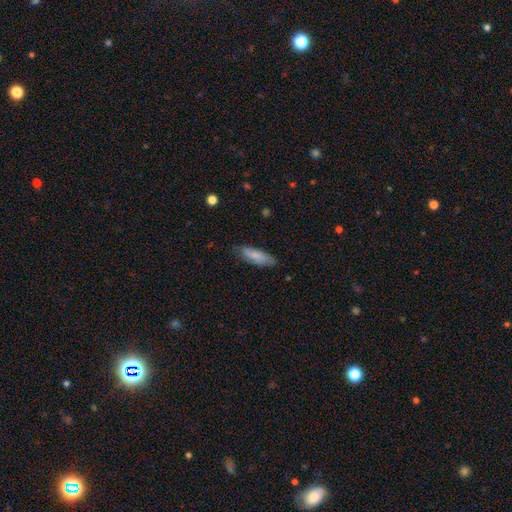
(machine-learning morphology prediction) This is likely a smooth galaxy (77%). How rounded: possibly in between (56%). Merging: likely none (76%).